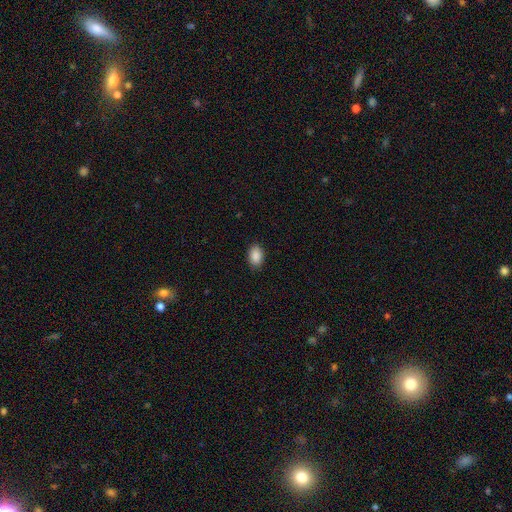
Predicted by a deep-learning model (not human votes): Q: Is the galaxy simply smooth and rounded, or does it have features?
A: smooth — 90%.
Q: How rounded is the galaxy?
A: in between — 87%.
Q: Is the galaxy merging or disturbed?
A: none — 88%.